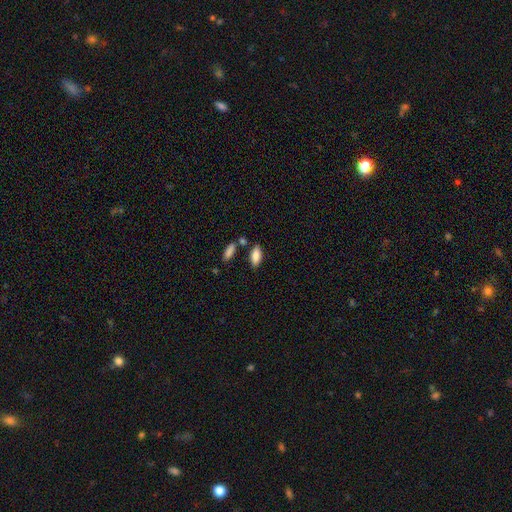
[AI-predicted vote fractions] The model was most divided on "merging": none: 74%, minor disturbance: 12%, merger: 11%, major disturbance: 3%. More confident: smooth or featured — smooth (85%); how rounded — in between (84%).